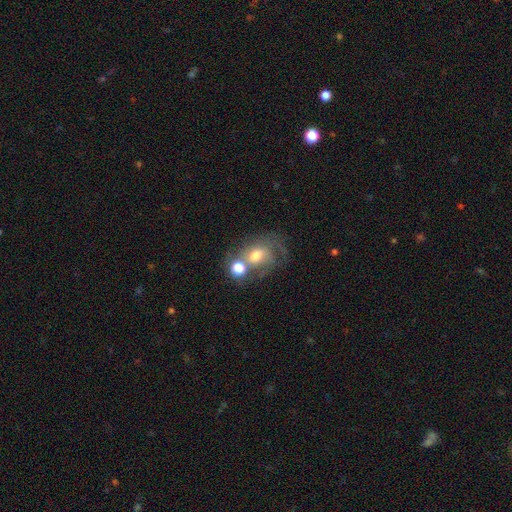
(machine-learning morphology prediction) A smooth galaxy with no disk features (44%). Merging: merger (39%).